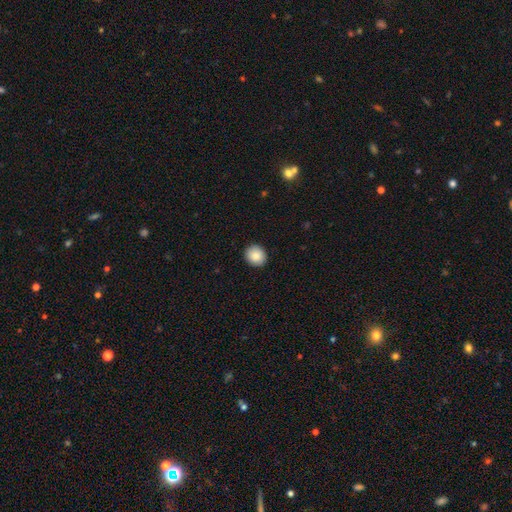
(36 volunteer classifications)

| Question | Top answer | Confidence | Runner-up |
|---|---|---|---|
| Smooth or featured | smooth | 97% | featured or disk (3%) |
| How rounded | round | 91% | in between (9%) |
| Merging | none | 94% | minor disturbance (6%) |